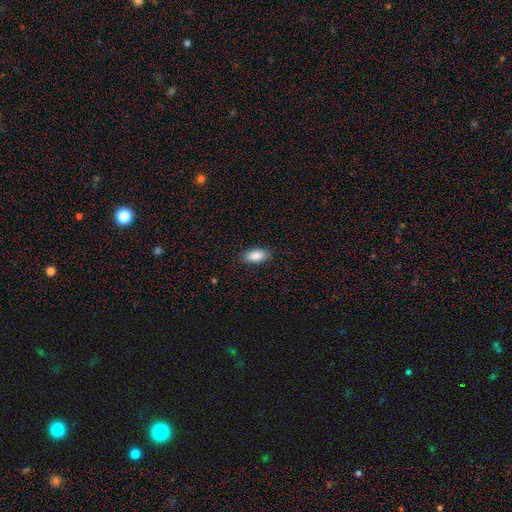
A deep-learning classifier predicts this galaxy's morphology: Smooth or featured? smooth (88%)
How rounded? in between (92%)
Merging? none (87%)